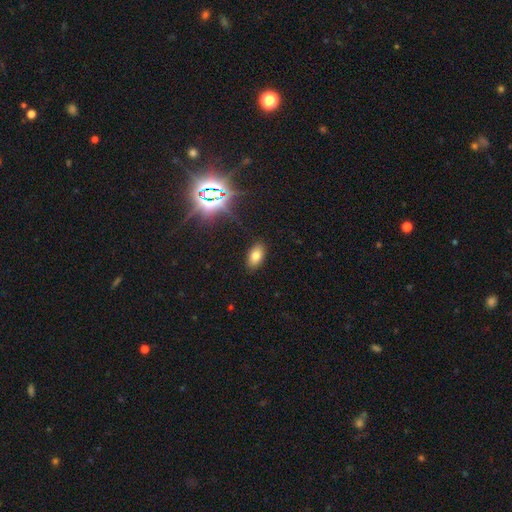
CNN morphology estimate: A smooth galaxy with no disk features (73%) that is in between round and cigar-shaped (92%).

Vote fractions:
- Smooth or featured? smooth: 73% / star or artifact: 17% / featured or disk: 10%
- How rounded? in between: 92% / round: 6% / cigar-shaped: 3%
- Merging? none: 89% / minor disturbance: 8% / major disturbance: 2% / merger: 1%